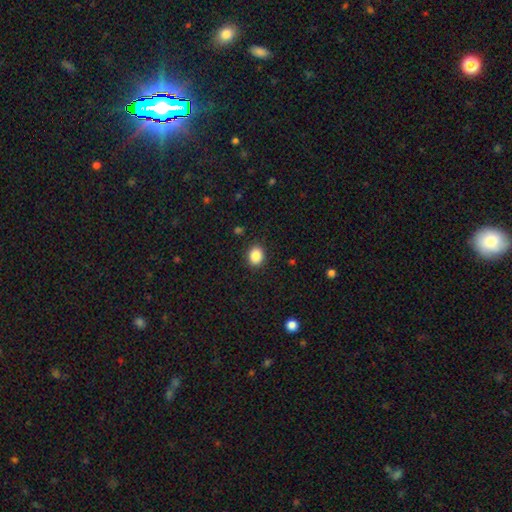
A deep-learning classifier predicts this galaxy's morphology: Overall: smooth (87%). How rounded: round (54%; in between 45%). Merging: none (89%).